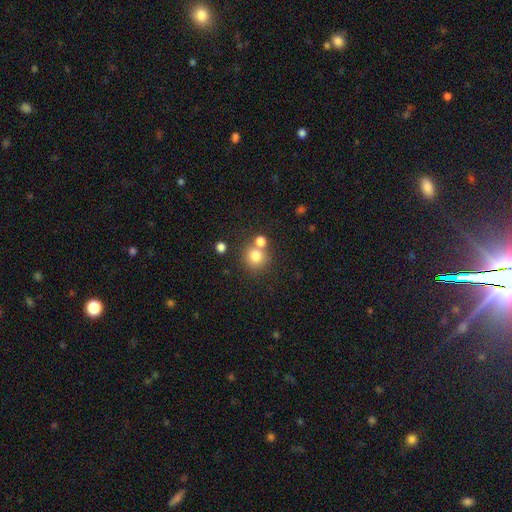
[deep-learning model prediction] Overall: smooth (78%). How rounded: round (89%). Merging: none (59%; merger 30%).